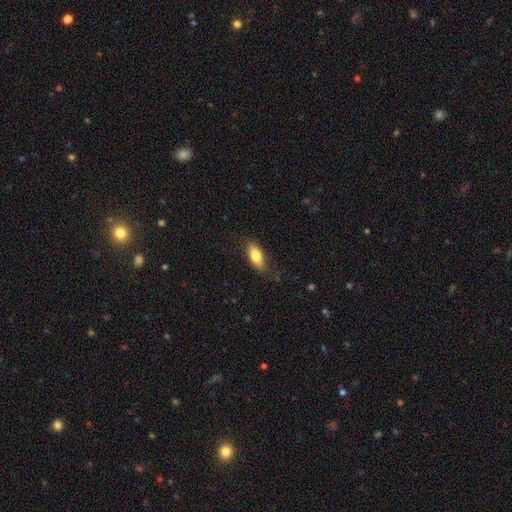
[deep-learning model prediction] The model was most divided on "how rounded": in between: 80%, cigar-shaped: 17%, round: 3%. More confident: smooth or featured — smooth (79%); merging — none (79%).